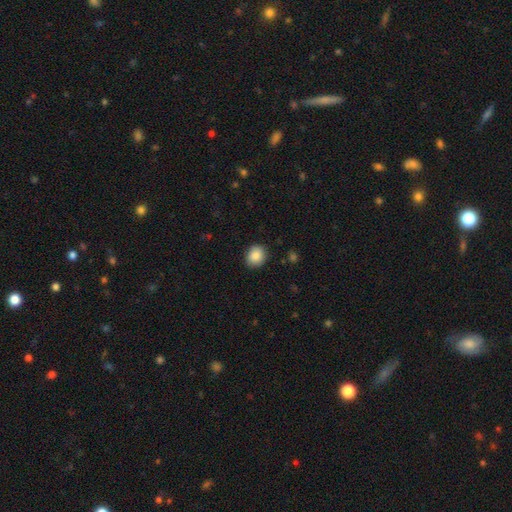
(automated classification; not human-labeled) smooth_or_featured: smooth (p=0.87) [alt: star or artifact p=0.08]
how_rounded: round (p=0.63) [alt: in between p=0.36]
merging: none (p=0.87) [alt: minor disturbance p=0.09]